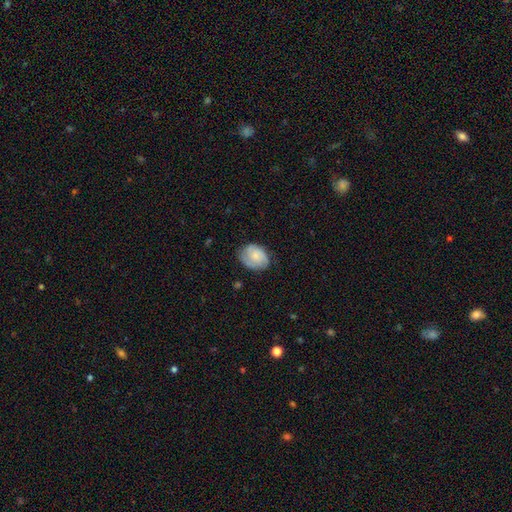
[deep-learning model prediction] Morphology: type=smooth (53%); roundness=in between (60%); merging=none (67%).